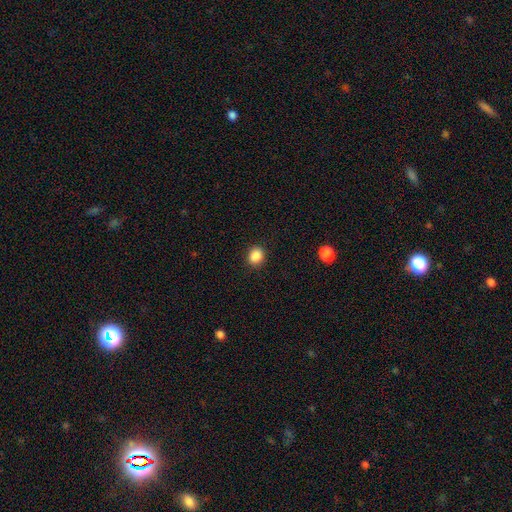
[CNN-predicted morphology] This is clearly a smooth galaxy (87%). How rounded: likely round (69%). Merging: clearly none (89%).